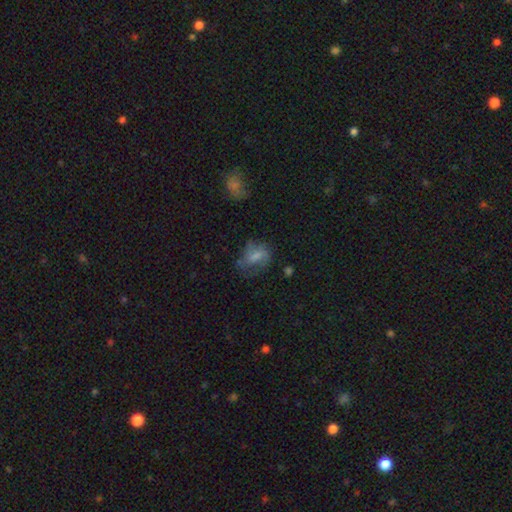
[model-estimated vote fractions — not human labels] Smooth or featured? Predicted: smooth (p=0.55). How rounded? Predicted: in between (p=0.71). Merging? Predicted: none (p=0.44).